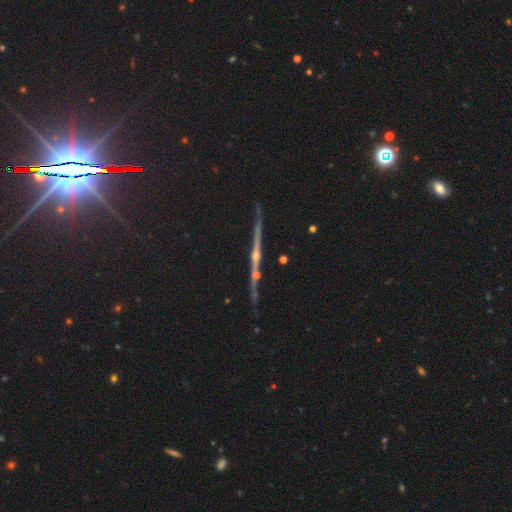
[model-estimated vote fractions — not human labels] This appears to be a featured or disk galaxy (72%) viewed edge-on (96%) with a rounded central bulge (84%). Merging: none (82%).